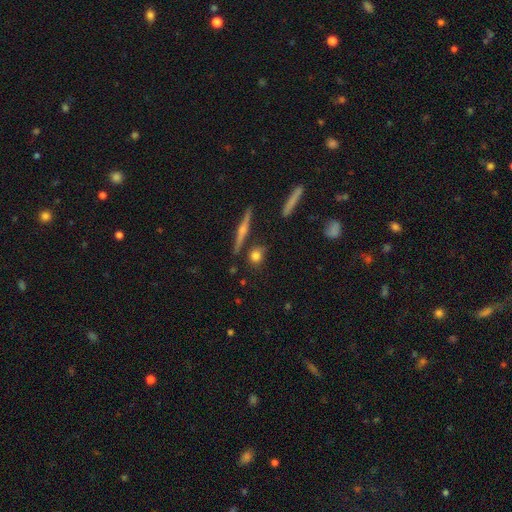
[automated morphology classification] Smooth or featured: smooth — 72% (featured or disk — 18%)
How rounded: round — 72% (in between — 19%)
Merging: none — 77% (minor disturbance — 12%)